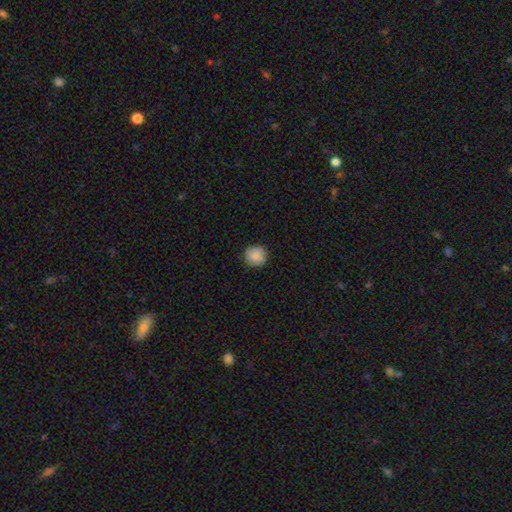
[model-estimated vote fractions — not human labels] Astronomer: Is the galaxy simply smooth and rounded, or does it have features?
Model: smooth — 85%.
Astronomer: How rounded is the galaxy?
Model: round — 92%.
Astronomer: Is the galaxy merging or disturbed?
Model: none — 88%.